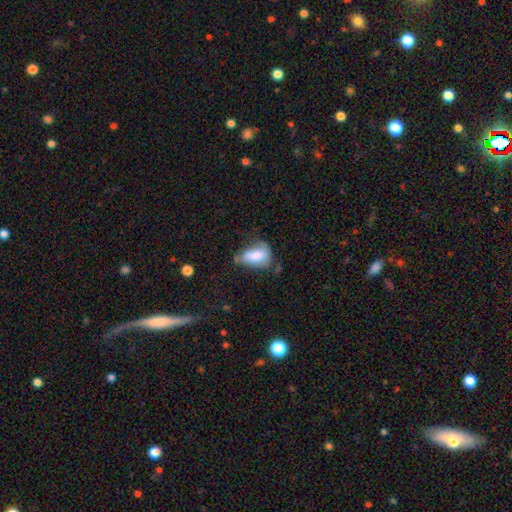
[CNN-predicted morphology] This is likely a smooth galaxy (74%). How rounded: clearly in between (89%). Merging: marginally minor disturbance (38%).